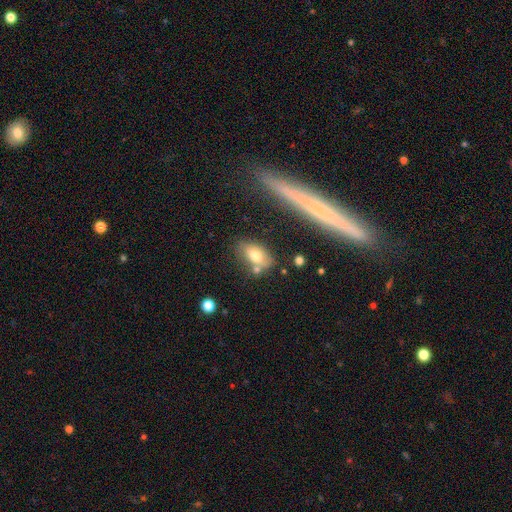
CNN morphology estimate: type=smooth (72%); roundness=in between (85%); merging=none (62%).